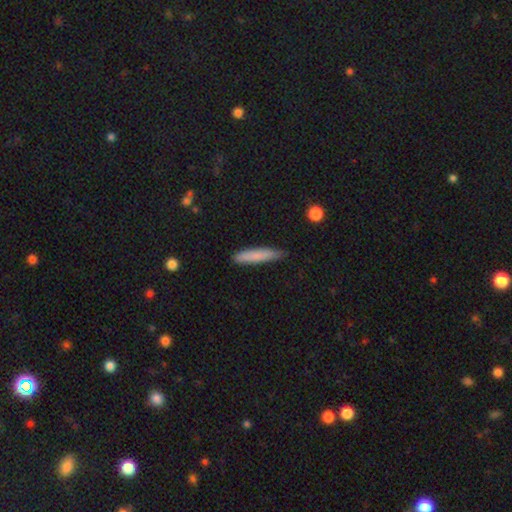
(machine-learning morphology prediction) Q: Smooth or featured?
A: smooth (80%); runner-up: featured or disk (14%)
Q: How rounded?
A: cigar-shaped (91%); runner-up: in between (8%)
Q: Merging?
A: none (81%); runner-up: minor disturbance (15%)